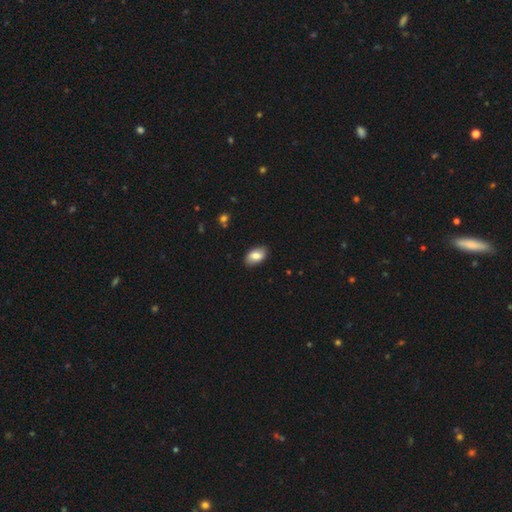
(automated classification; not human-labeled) Overall: smooth (83%). How rounded: in between (93%). Merging: none (87%).